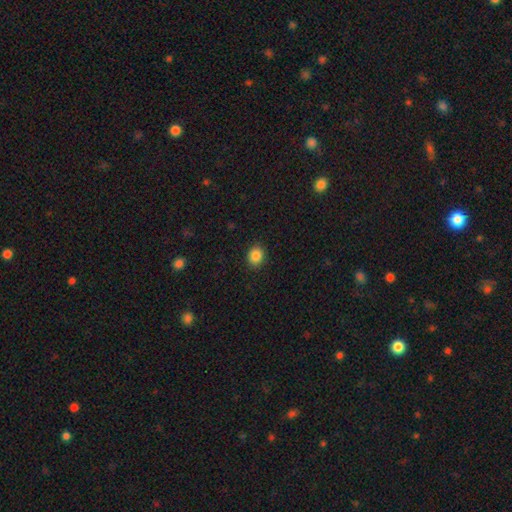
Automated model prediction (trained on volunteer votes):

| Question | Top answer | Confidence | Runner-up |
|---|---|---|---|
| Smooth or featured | smooth | 87% | star or artifact (10%) |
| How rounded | round | 64% | in between (35%) |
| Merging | none | 90% | minor disturbance (7%) |